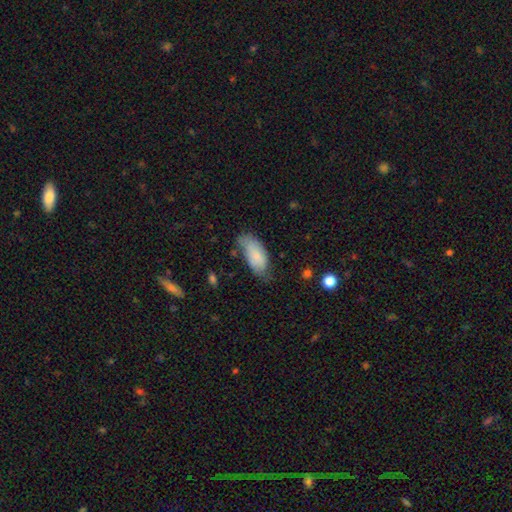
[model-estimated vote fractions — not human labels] A smooth galaxy with no disk features (78%) that is in between round and cigar-shaped (90%). Merging: none (48%).